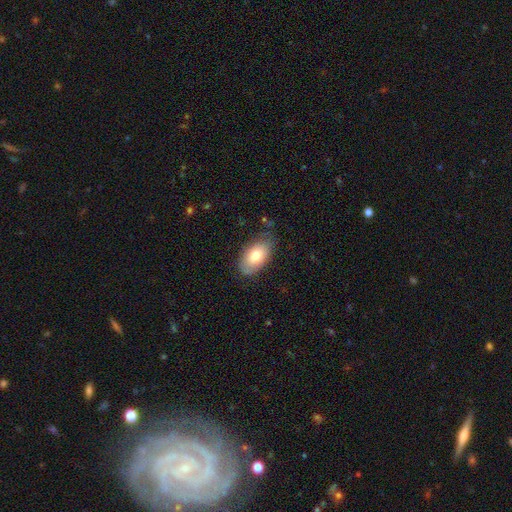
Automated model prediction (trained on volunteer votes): smooth_or_featured: smooth (p=0.77) [alt: featured or disk p=0.16]
how_rounded: in between (p=0.93) [alt: round p=0.05]
merging: none (p=0.75) [alt: minor disturbance p=0.20]